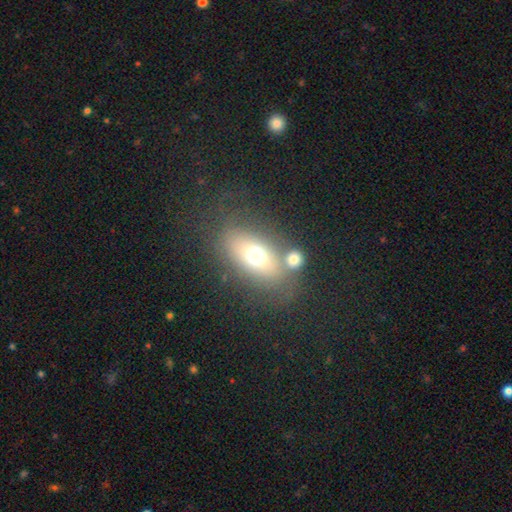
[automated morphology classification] Smooth or featured: smooth — 62% (featured or disk — 25%)
How rounded: in between — 77% (round — 19%)
Merging: none — 58% (merger — 20%)